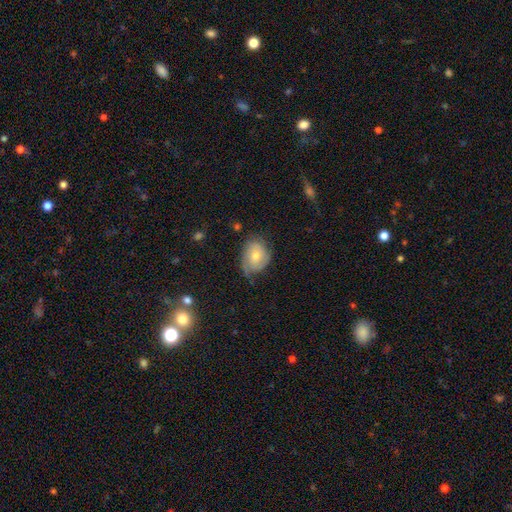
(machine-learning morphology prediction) This is possibly a featured or disk galaxy (56%). It is clearly not viewed edge-on (96%). Bar: likely no (73%). Spiral arm pattern: clearly yes (82%). Central bulge: possibly moderate (55%). Merging: possibly none (55%).